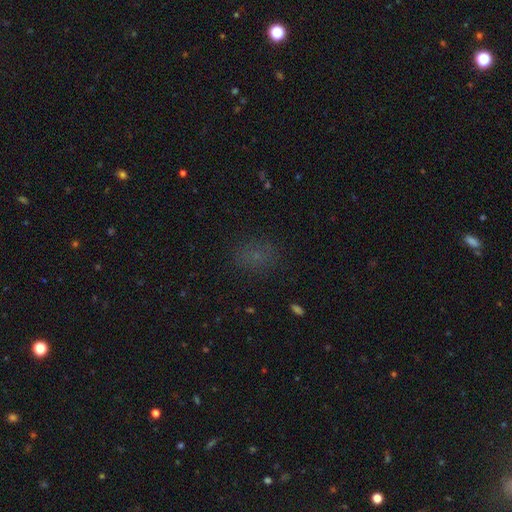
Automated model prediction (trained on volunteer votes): smooth_or_featured: smooth (p=0.62) [alt: star or artifact p=0.29]
how_rounded: round (p=0.56) [alt: in between p=0.43]
merging: none (p=0.82) [alt: minor disturbance p=0.12]